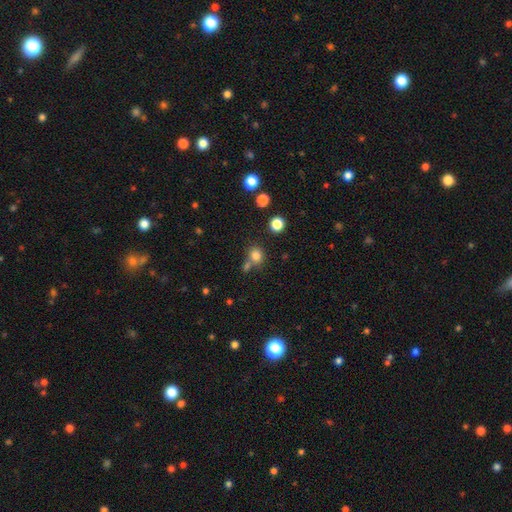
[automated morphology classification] type=smooth (80%); roundness=round (79%); merging=none (63%).